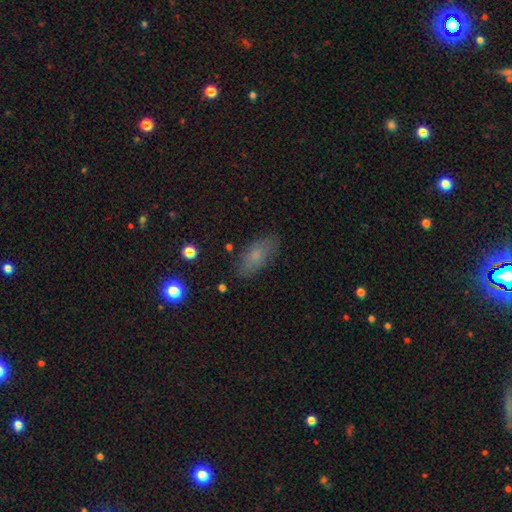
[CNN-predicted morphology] This appears to be a smooth galaxy with no disk features (75%) that is in between round and cigar-shaped (85%). Merging: none (82%).